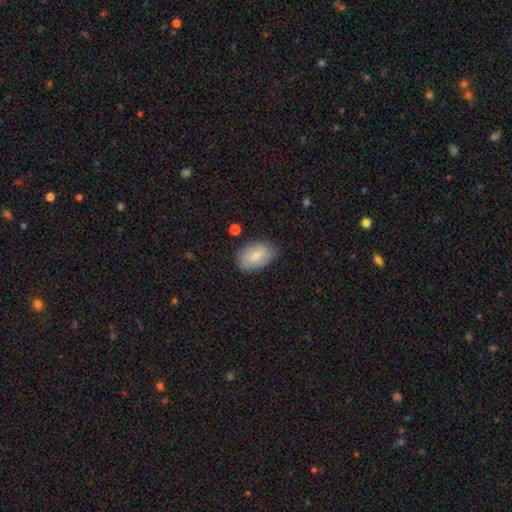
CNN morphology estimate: The model was most divided on "smooth or featured": smooth: 65%, featured or disk: 28%, star or artifact: 7%. More confident: how rounded — in between (90%); merging — none (80%).